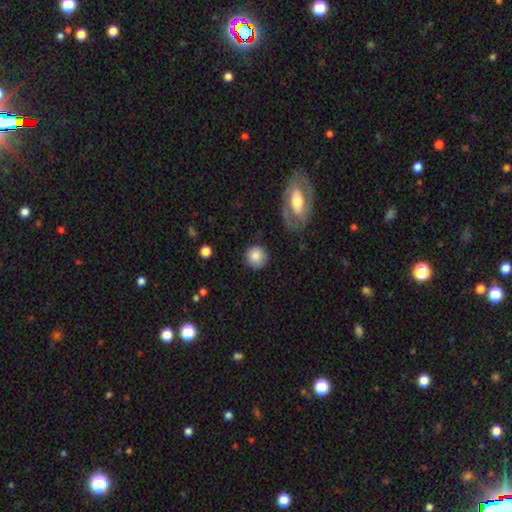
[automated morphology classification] Q: Smooth or featured?
A: smooth (84%); runner-up: featured or disk (8%)
Q: How rounded?
A: round (91%); runner-up: in between (8%)
Q: Merging?
A: none (84%); runner-up: minor disturbance (10%)